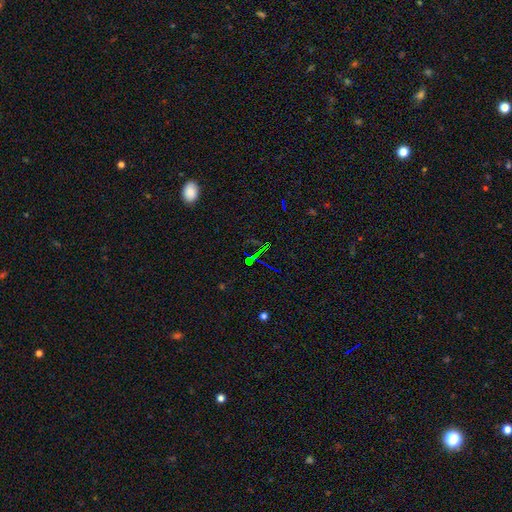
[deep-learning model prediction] Smooth or featured: star or artifact — 75% (featured or disk — 13%)